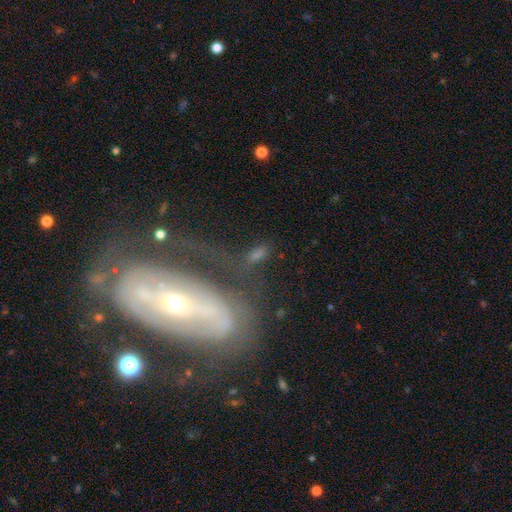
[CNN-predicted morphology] Q: Smooth or featured?
A: featured or disk (50%); runner-up: smooth (35%)
Q: Edge-on disk?
A: no (79%); runner-up: yes (21%)
Q: Merging?
A: none (48%); runner-up: major disturbance (22%)